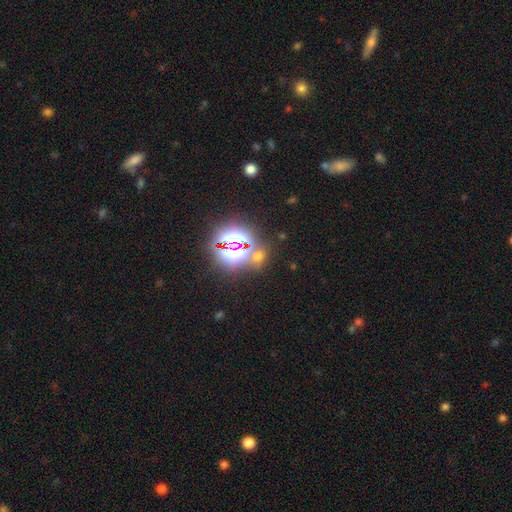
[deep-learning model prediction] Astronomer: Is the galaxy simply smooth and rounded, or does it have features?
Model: star or artifact — 73%.